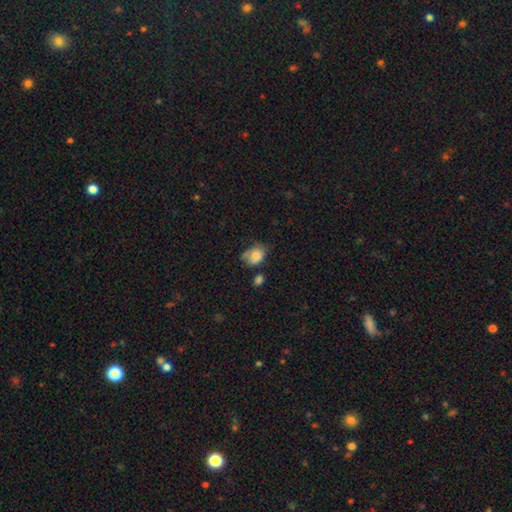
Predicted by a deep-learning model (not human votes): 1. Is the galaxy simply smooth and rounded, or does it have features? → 73% smooth, 18% featured or disk, 9% star or artifact.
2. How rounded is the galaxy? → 72% in between, 26% round, 1% cigar-shaped.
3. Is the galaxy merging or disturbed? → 42% none, 35% minor disturbance, 15% major disturbance, 8% merger.